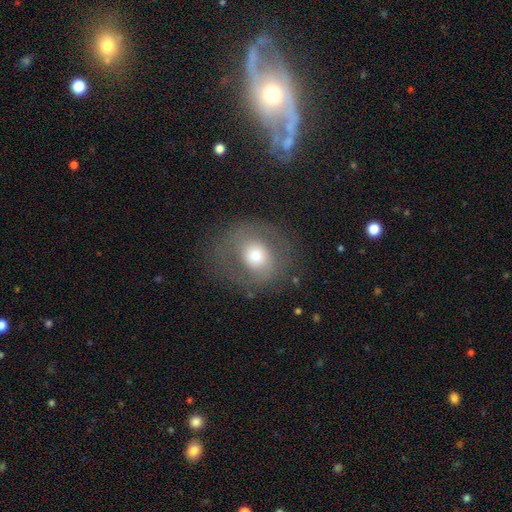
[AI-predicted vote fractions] This appears to be a smooth galaxy with no disk features (52%) that is round (77%). Merging: none (74%).